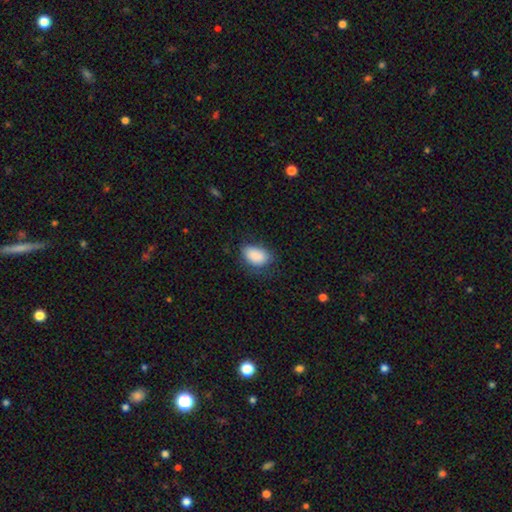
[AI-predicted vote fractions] The model was most divided on "merging": none: 70%, minor disturbance: 21%, major disturbance: 7%, merger: 1%. More confident: how rounded — in between (89%); smooth or featured — smooth (88%).